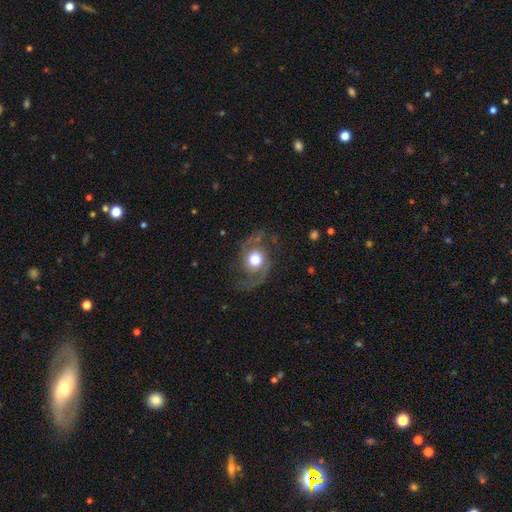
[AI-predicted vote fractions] This is clearly a featured or disk galaxy (83%). It is clearly not viewed edge-on (97%). Bar: likely no (71%). Spiral arm pattern: clearly yes (93%). Spiral arm count: clearly 2 (93%). Spiral winding: possibly medium (50%). Central bulge: possibly moderate (58%). Merging: likely none (75%).